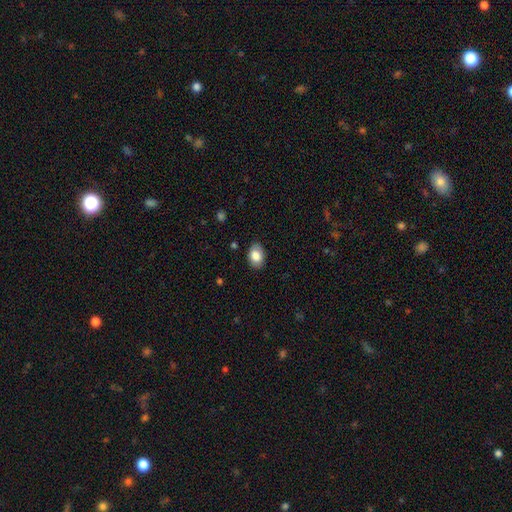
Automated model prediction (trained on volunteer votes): A smooth galaxy with no disk features (83%) that is in between round and cigar-shaped (82%).

Vote fractions:
- Smooth or featured? smooth: 83% / featured or disk: 10% / star or artifact: 7%
- How rounded? in between: 82% / round: 17% / cigar-shaped: 1%
- Merging? none: 85% / minor disturbance: 11% / major disturbance: 2% / merger: 1%